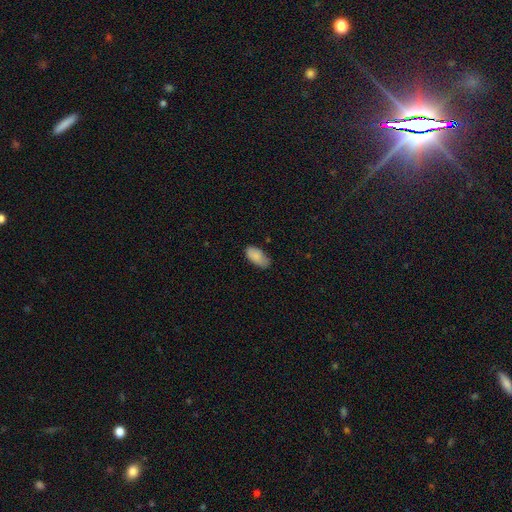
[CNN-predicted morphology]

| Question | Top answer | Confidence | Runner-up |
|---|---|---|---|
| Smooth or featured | smooth | 87% | featured or disk (7%) |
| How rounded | in between | 94% | cigar-shaped (4%) |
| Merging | none | 75% | minor disturbance (20%) |